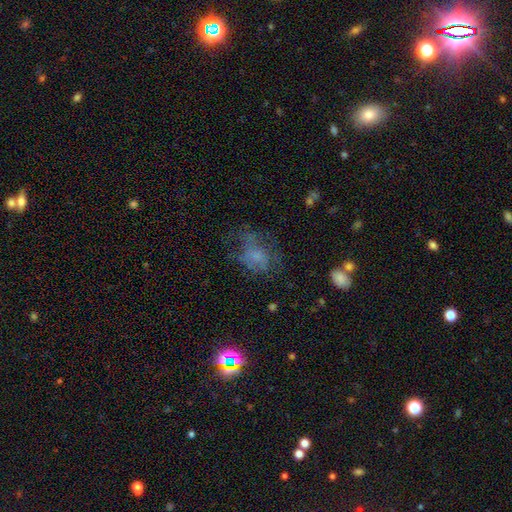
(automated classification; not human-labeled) smooth_or_featured: smooth (p=0.49) [alt: featured or disk p=0.34]
merging: none (p=0.42) [alt: major disturbance p=0.33]